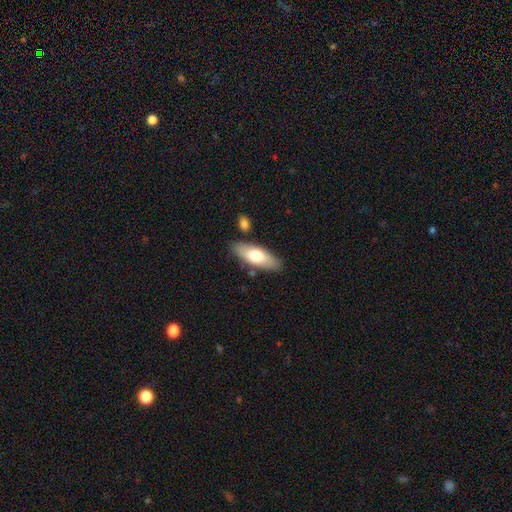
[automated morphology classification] Q: Smooth or featured?
A: smooth (68%); runner-up: featured or disk (27%)
Q: How rounded?
A: in between (69%); runner-up: cigar-shaped (29%)
Q: Merging?
A: none (81%); runner-up: minor disturbance (11%)